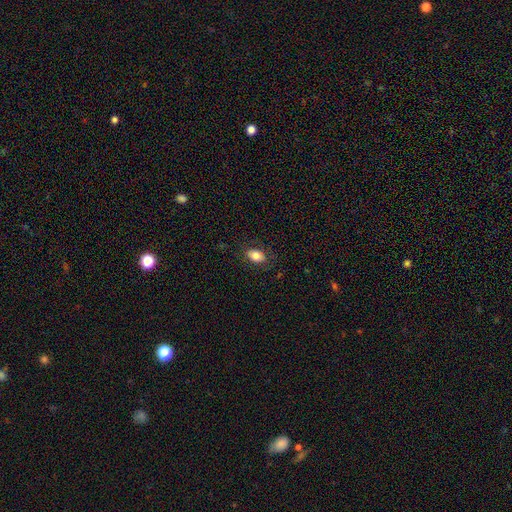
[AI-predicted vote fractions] Smooth or featured? smooth (81%)
How rounded? in between (88%)
Merging? none (82%)